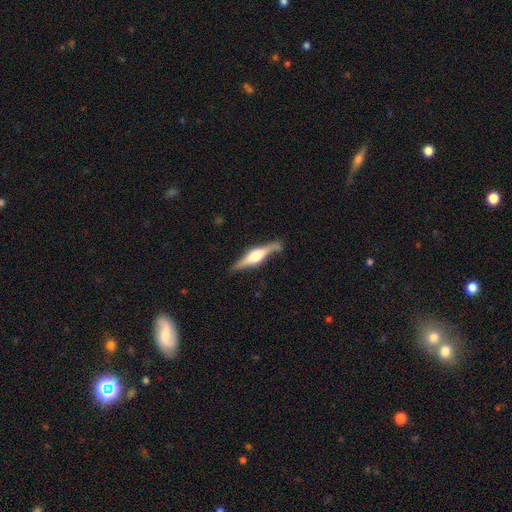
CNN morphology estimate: The model was most divided on "smooth or featured": featured or disk: 75%, smooth: 20%, star or artifact: 5%. More confident: edge-on disk — yes (96%); edge-on bulge — rounded (85%); merging — none (77%).